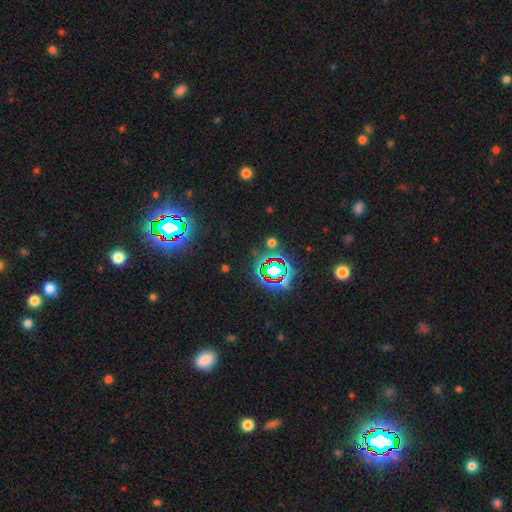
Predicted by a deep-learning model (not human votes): Q: Smooth or featured?
A: star or artifact (79%); runner-up: smooth (13%)